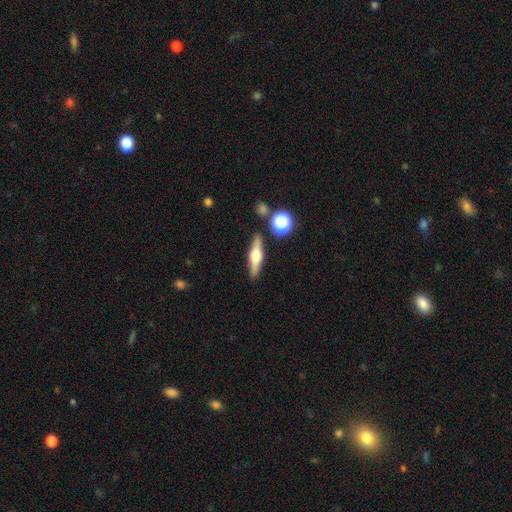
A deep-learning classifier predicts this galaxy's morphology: Smooth or featured: featured or disk — 65% (smooth — 27%)
Edge-on disk: yes — 96% (no — 4%)
Edge-on bulge: rounded — 94% (boxy — 5%)
Merging: none — 87% (minor disturbance — 7%)